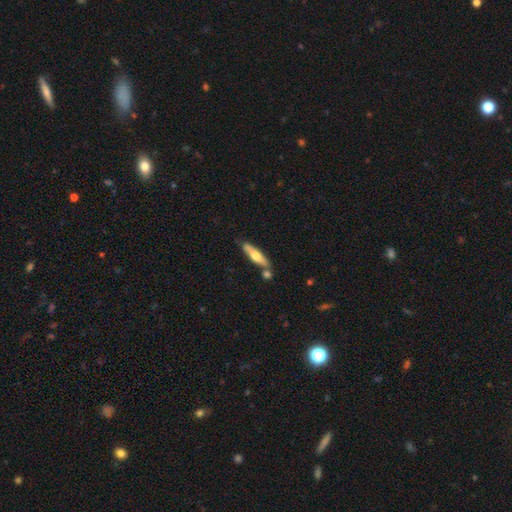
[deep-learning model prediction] Q: Smooth or featured?
A: smooth (49%); runner-up: featured or disk (46%)
Q: Merging?
A: none (72%); runner-up: merger (13%)